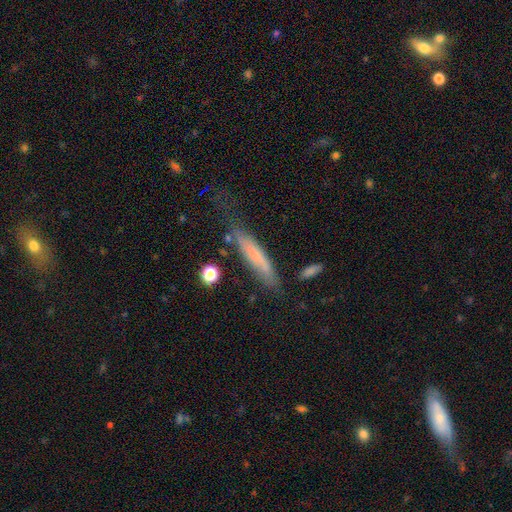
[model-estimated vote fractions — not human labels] Q: Smooth or featured?
A: smooth (64%); runner-up: featured or disk (27%)
Q: How rounded?
A: cigar-shaped (85%); runner-up: in between (13%)
Q: Merging?
A: none (53%); runner-up: minor disturbance (28%)